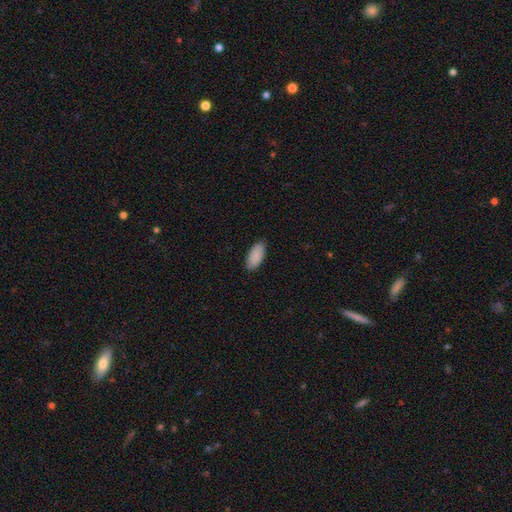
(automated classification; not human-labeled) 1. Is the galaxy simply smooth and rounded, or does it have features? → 90% smooth, 6% star or artifact, 4% featured or disk.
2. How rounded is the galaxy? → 91% in between, 7% cigar-shaped, 2% round.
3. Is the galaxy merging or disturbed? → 87% none, 10% minor disturbance, 2% major disturbance, 1% merger.